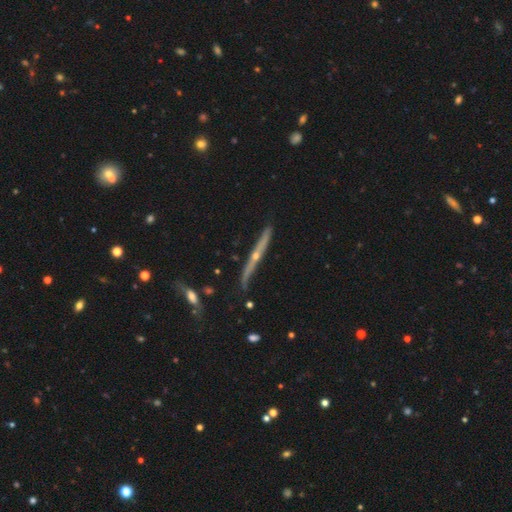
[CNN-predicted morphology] Smooth or featured? featured or disk (76%)
Edge-on disk? yes (93%)
Edge-on bulge? rounded (77%)
Merging? none (71%)